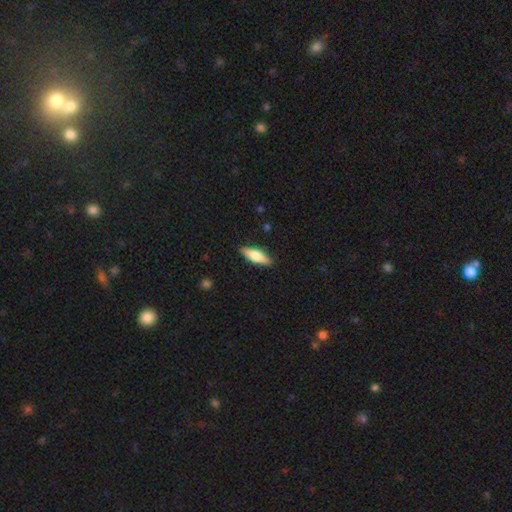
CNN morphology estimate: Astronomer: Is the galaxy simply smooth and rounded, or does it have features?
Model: smooth — 65%.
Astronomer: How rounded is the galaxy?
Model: in between — 53% (runner-up: cigar-shaped, 45%).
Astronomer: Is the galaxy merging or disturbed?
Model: none — 88%.